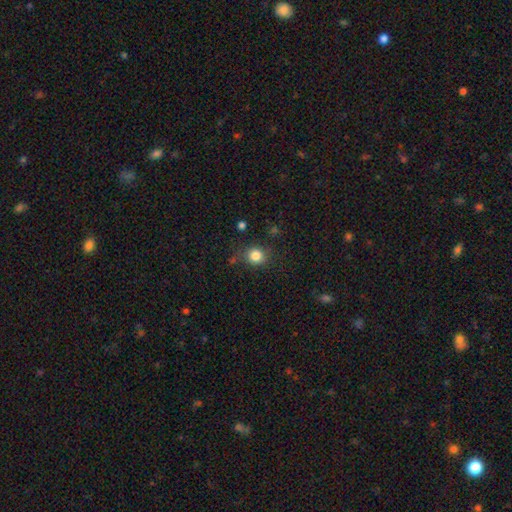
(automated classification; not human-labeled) Overall: smooth (83%). How rounded: round (84%). Merging: none (79%).